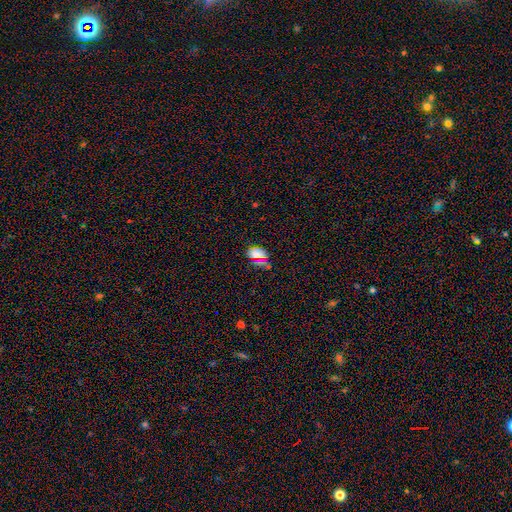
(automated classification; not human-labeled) A smooth galaxy with no disk features (65%) that is in between round and cigar-shaped (75%). Merging: none (78%).